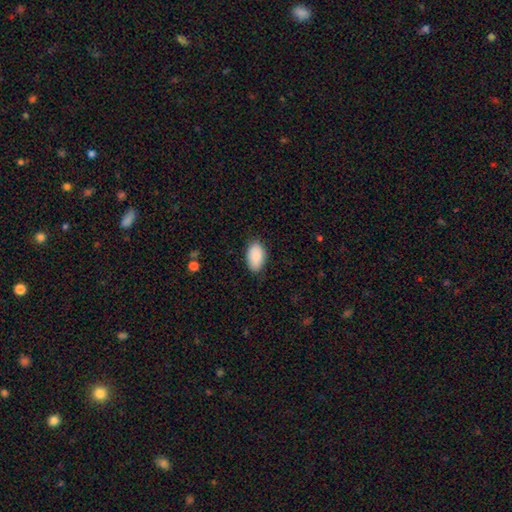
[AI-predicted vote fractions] Q: Smooth or featured?
A: smooth (89%); runner-up: star or artifact (6%)
Q: How rounded?
A: in between (95%); runner-up: round (4%)
Q: Merging?
A: none (84%); runner-up: minor disturbance (13%)